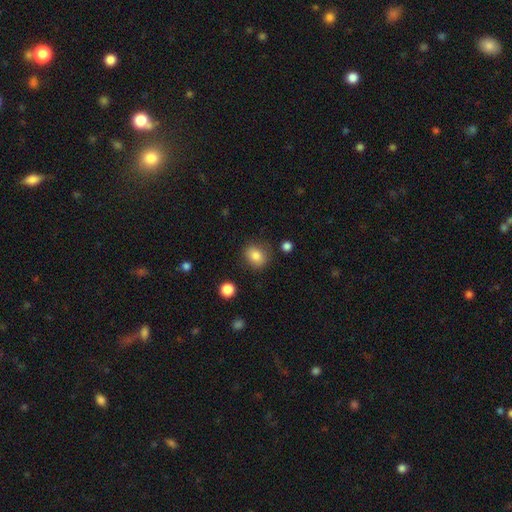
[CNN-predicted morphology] The model was most divided on "how rounded": round: 60%, in between: 39%, cigar-shaped: 1%. More confident: smooth or featured — smooth (83%); merging — none (81%).